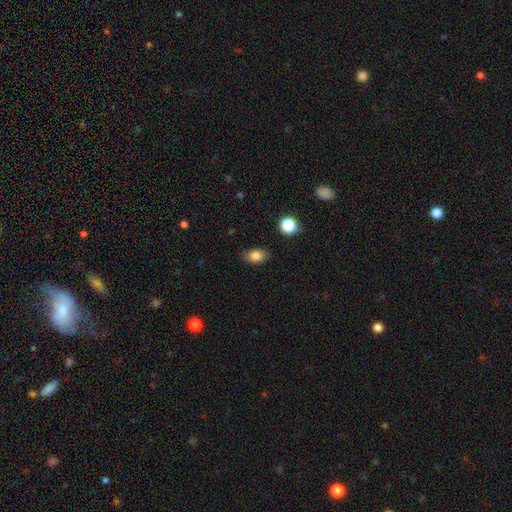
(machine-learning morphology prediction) A smooth galaxy with no disk features (83%) that is in between round and cigar-shaped (80%).

Vote fractions:
- Smooth or featured? smooth: 83% / star or artifact: 10% / featured or disk: 7%
- How rounded? in between: 80% / round: 18% / cigar-shaped: 2%
- Merging? none: 83% / minor disturbance: 12% / major disturbance: 3% / merger: 2%